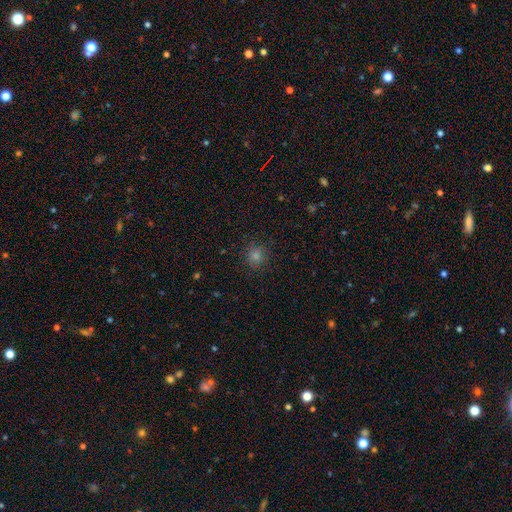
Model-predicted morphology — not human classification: This is likely a smooth galaxy (71%). How rounded: clearly round (88%). Merging: clearly none (88%).